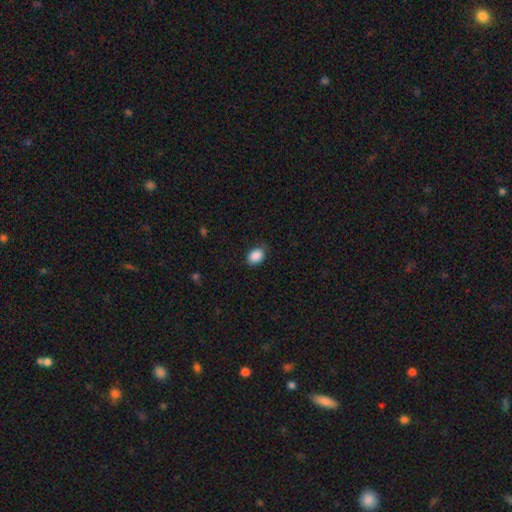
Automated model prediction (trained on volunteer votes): Overall: smooth (89%). How rounded: in between (78%). Merging: none (82%).